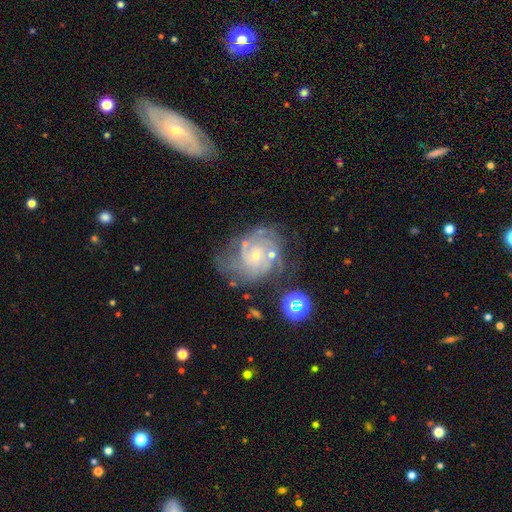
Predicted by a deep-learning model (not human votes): smooth_or_featured: featured or disk (p=0.80) [alt: smooth p=0.11]
disk_edge_on: no (p=0.98) [alt: yes p=0.02]
bar: no (p=0.72) [alt: weak p=0.24]
has_spiral_arms: yes (p=0.93) [alt: no p=0.07]
spiral_winding: tight (p=0.59) [alt: medium p=0.33]
spiral_arm_count: can't tell (p=0.38) [alt: 3 p=0.19]
bulge_size: small (p=0.71) [alt: moderate p=0.23]
merging: none (p=0.54) [alt: minor disturbance p=0.23]